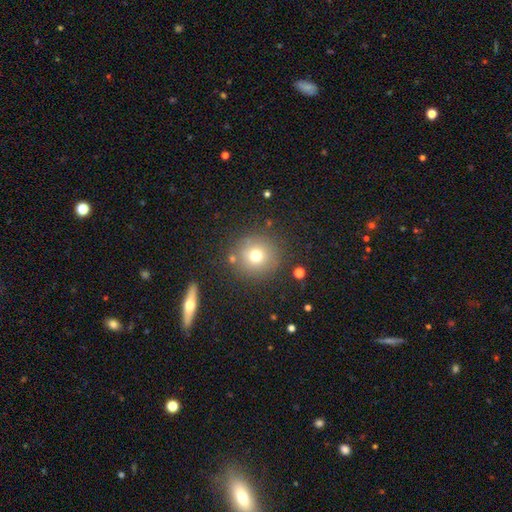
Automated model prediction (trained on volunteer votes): Smooth or featured? smooth (71%)
How rounded? round (94%)
Merging? none (83%)